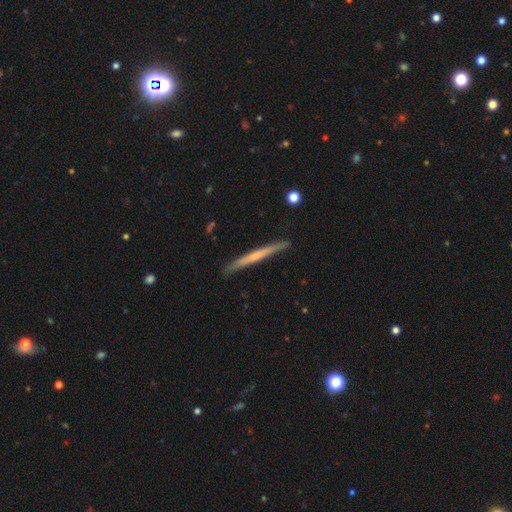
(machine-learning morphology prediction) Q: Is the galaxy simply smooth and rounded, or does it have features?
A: smooth — 48%.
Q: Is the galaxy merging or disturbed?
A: none — 90%.